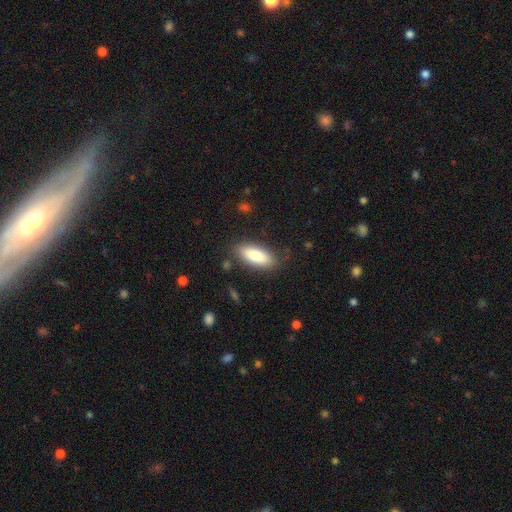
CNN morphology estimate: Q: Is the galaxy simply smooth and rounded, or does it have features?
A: smooth — 82%.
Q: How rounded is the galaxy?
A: in between — 82%.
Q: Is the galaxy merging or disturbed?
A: none — 78%.